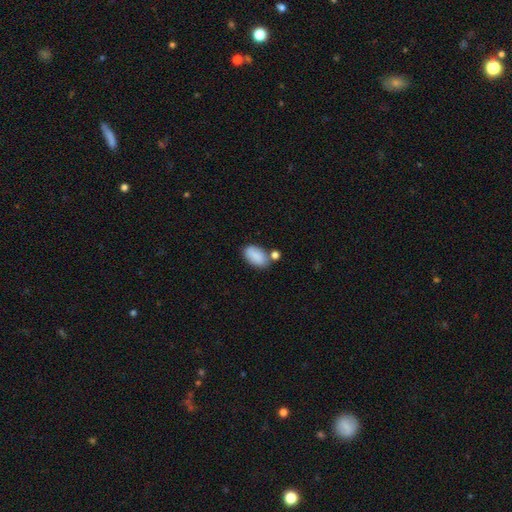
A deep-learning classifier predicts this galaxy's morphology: Smooth or featured? smooth (85%)
How rounded? in between (92%)
Merging? none (57%)